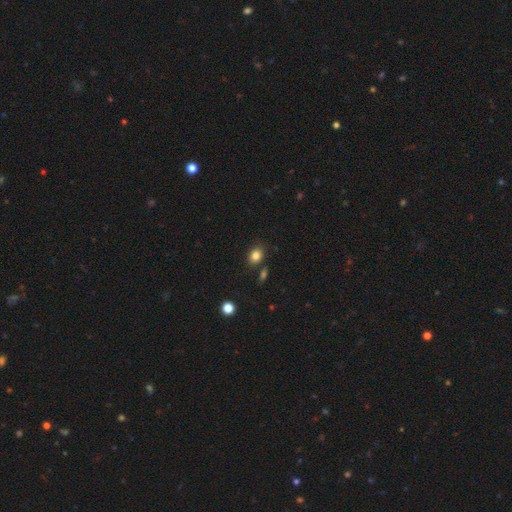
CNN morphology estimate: A smooth galaxy with no disk features (83%) that is in between round and cigar-shaped (51%).

Vote fractions:
- Smooth or featured? smooth: 83% / star or artifact: 11% / featured or disk: 6%
- How rounded? in between: 51% / round: 48% / cigar-shaped: 1%
- Merging? none: 79% / minor disturbance: 12% / merger: 7% / major disturbance: 3%